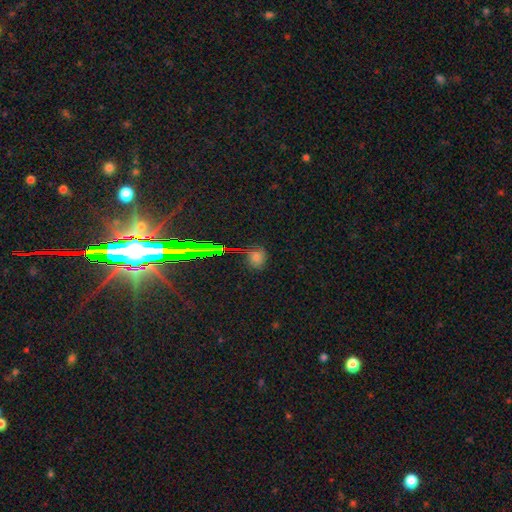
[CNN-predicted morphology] This appears to be a smooth galaxy with no disk features (59%) that is round (80%). Merging: none (82%).